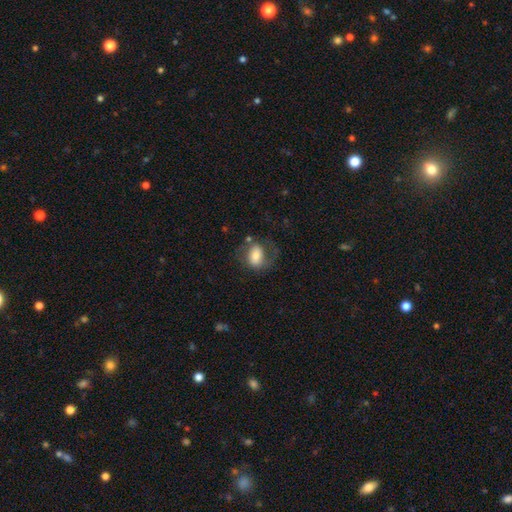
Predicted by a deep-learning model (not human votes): smooth-or-featured: smooth: 58% | featured or disk: 34% | star or artifact: 8%
  how-rounded: in between: 72% | round: 26% | cigar-shaped: 2%
  merging: none: 51% | major disturbance: 23% | minor disturbance: 22% | merger: 5%